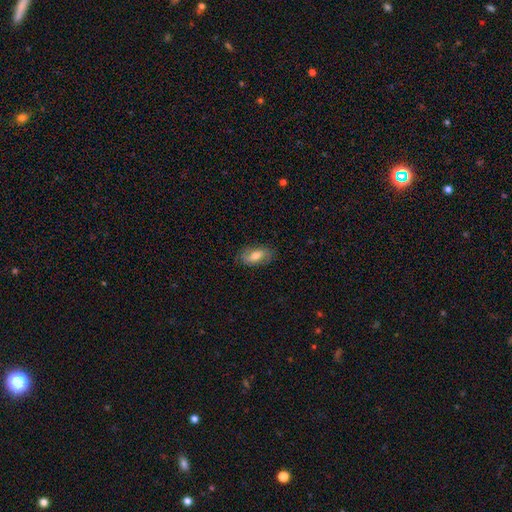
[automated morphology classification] Smooth or featured?
  - smooth: 61% *
  - featured or disk: 31%
  - star or artifact: 7%
How rounded?
  - in between: 89% *
  - cigar-shaped: 6%
  - round: 5%
Merging?
  - none: 80% *
  - minor disturbance: 15%
  - major disturbance: 4%
  - merger: 1%